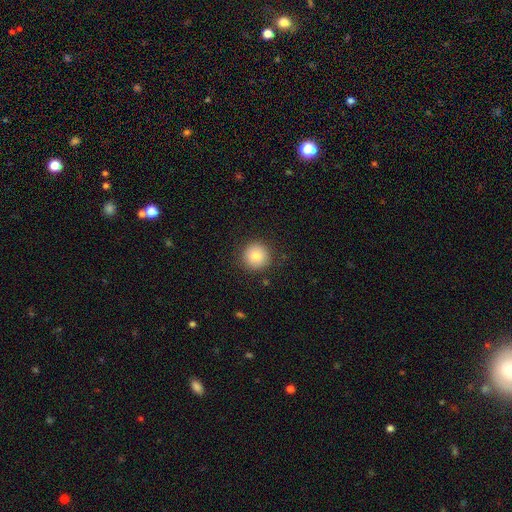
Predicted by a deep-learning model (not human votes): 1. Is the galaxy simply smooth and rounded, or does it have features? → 83% smooth, 10% star or artifact, 8% featured or disk.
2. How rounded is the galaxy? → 95% round, 4% in between, 1% cigar-shaped.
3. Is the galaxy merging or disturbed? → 90% none, 7% minor disturbance, 2% major disturbance, 1% merger.